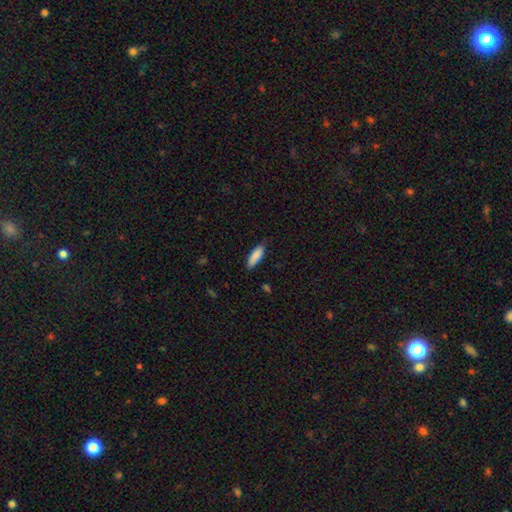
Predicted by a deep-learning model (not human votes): Smooth or featured: smooth — 87% (featured or disk — 7%)
How rounded: in between — 55% (cigar-shaped — 44%)
Merging: none — 82% (minor disturbance — 15%)